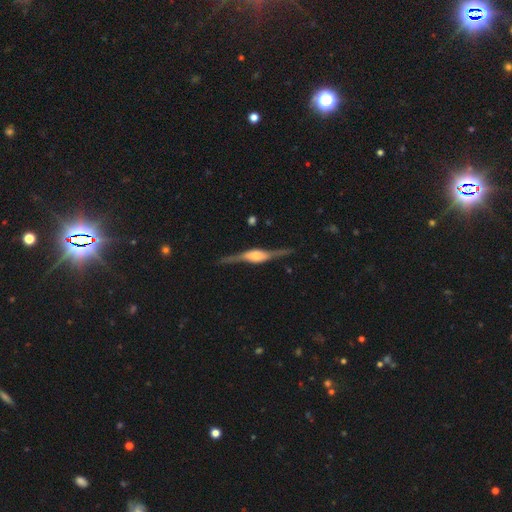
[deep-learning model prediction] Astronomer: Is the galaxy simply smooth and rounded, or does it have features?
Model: featured or disk — 84%.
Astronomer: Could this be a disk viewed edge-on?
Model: yes — 96%.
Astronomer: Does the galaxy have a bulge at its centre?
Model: rounded — 79%.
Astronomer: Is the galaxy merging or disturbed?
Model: none — 84%.